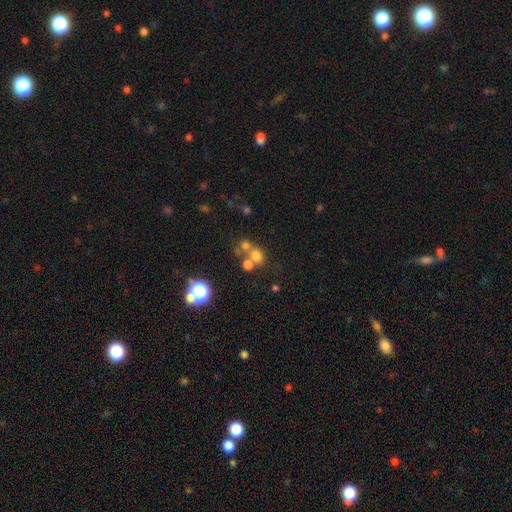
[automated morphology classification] Smooth or featured? smooth (64%)
How rounded? round (71%)
Merging? merger (43%)